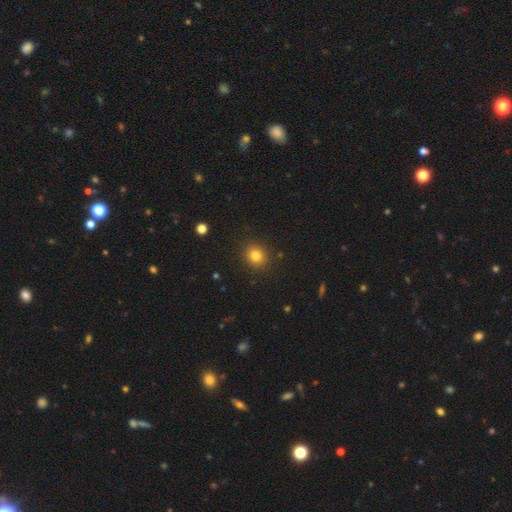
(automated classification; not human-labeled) A smooth galaxy with no disk features (82%) that is round (82%). Merging: none (90%).